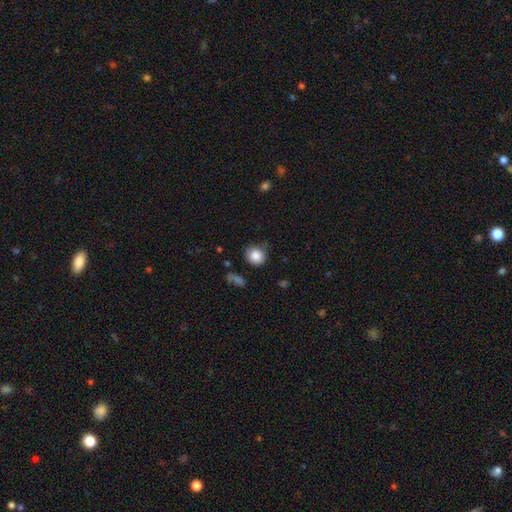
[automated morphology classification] A smooth galaxy with no disk features (85%) that is round (83%).

Vote fractions:
- Smooth or featured? smooth: 85% / star or artifact: 9% / featured or disk: 6%
- How rounded? round: 83% / in between: 16% / cigar-shaped: 1%
- Merging? none: 74% / minor disturbance: 19% / major disturbance: 4% / merger: 2%